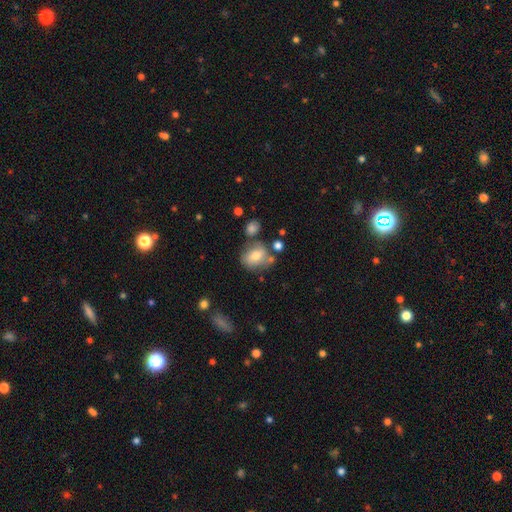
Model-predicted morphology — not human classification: A smooth galaxy with no disk features (66%) that is in between round and cigar-shaped (50%). Merging: none (56%).